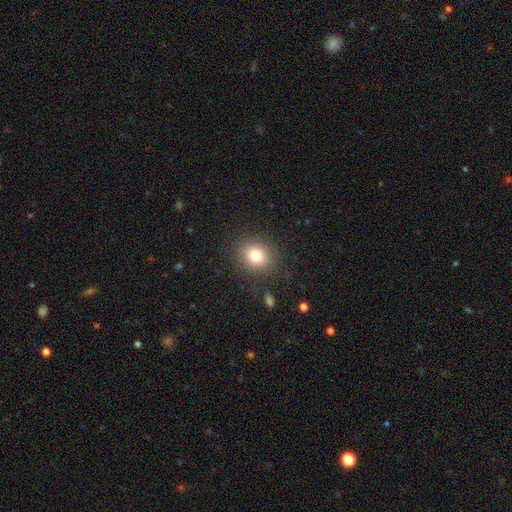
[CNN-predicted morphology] This appears to be a smooth galaxy with no disk features (78%) that is round (73%). Merging: none (87%).